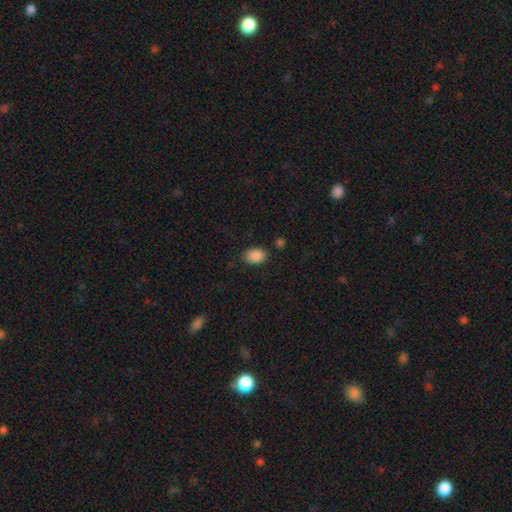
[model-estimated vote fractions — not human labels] Q: Smooth or featured?
A: smooth (88%); runner-up: star or artifact (8%)
Q: How rounded?
A: in between (81%); runner-up: round (18%)
Q: Merging?
A: none (82%); runner-up: minor disturbance (12%)